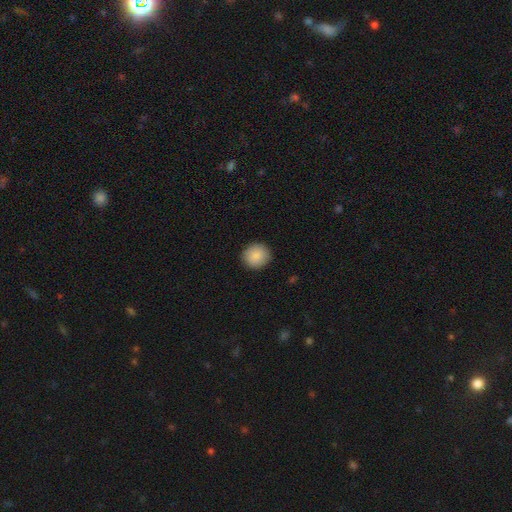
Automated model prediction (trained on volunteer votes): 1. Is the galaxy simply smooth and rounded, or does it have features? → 88% smooth, 8% star or artifact, 4% featured or disk.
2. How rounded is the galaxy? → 91% round, 8% in between, 1% cigar-shaped.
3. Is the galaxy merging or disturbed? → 91% none, 6% minor disturbance, 2% major disturbance, 1% merger.